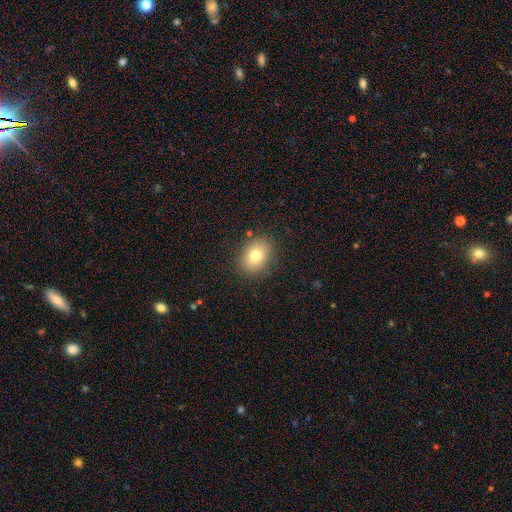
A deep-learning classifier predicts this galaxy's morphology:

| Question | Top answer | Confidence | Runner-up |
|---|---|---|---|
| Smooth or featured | smooth | 77% | featured or disk (12%) |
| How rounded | in between | 60% | round (39%) |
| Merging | none | 86% | minor disturbance (9%) |